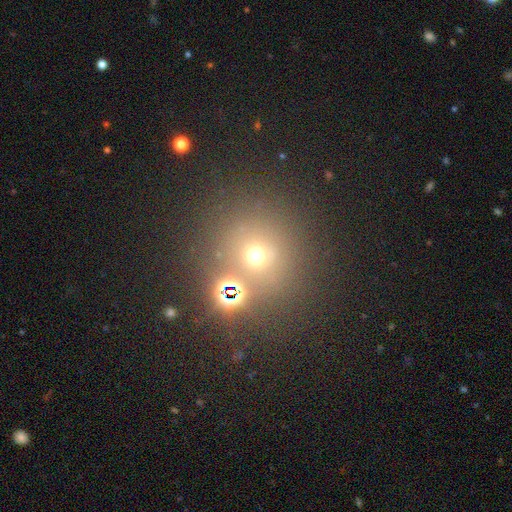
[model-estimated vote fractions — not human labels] Smooth or featured? Predicted: smooth (p=0.60). How rounded? Predicted: round (p=0.90). Merging? Predicted: none (p=0.75).